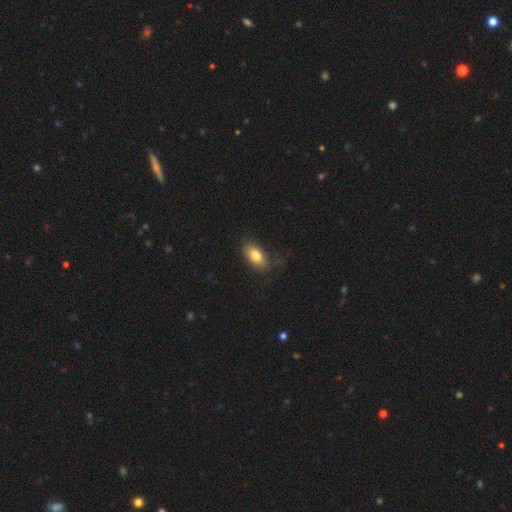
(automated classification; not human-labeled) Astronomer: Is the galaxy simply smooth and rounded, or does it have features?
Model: smooth — 80%.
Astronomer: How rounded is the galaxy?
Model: in between — 91%.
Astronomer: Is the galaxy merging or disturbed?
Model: none — 67%.